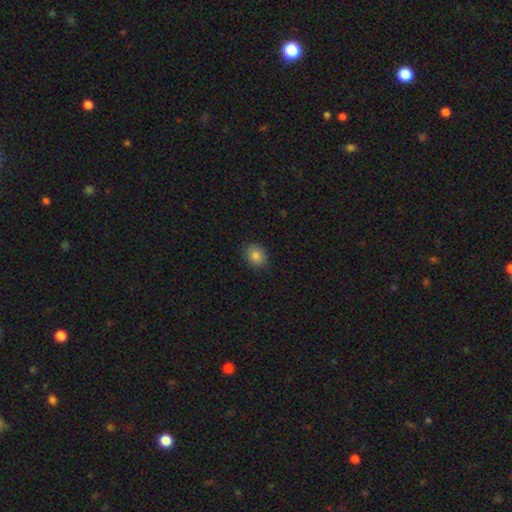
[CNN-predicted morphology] smooth-or-featured: smooth: 83% | star or artifact: 10% | featured or disk: 7%
  how-rounded: round: 54% | in between: 45% | cigar-shaped: 1%
  merging: none: 86% | minor disturbance: 11% | major disturbance: 2% | merger: 1%